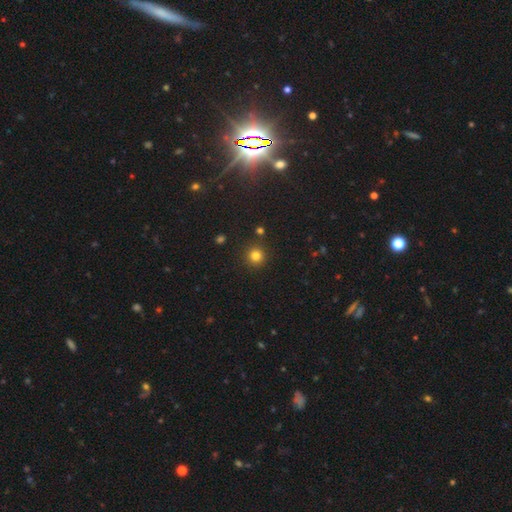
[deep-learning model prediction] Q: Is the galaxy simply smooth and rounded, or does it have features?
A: smooth — 81%.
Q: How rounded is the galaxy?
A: round — 95%.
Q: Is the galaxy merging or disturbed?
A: none — 89%.